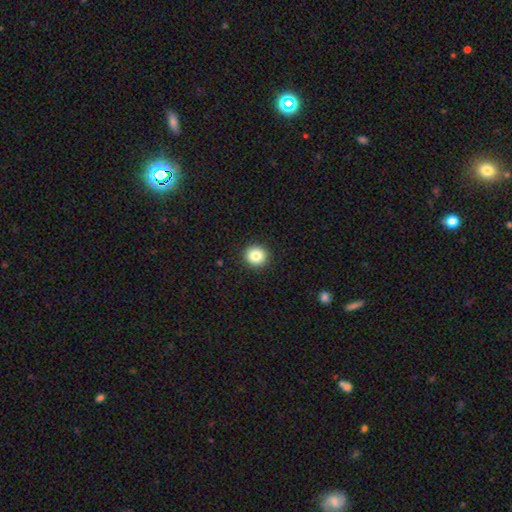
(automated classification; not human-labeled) smooth-or-featured: smooth: 85% | star or artifact: 10% | featured or disk: 5%
  how-rounded: round: 91% | in between: 8% | cigar-shaped: 1%
  merging: none: 92% | minor disturbance: 5% | major disturbance: 2% | merger: 1%